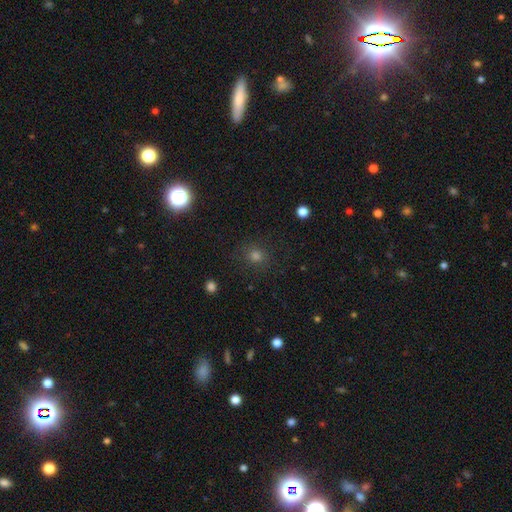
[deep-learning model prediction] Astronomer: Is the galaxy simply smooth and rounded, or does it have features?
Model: smooth — 68%.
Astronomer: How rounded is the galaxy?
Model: round — 88%.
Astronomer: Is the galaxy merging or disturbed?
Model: none — 87%.